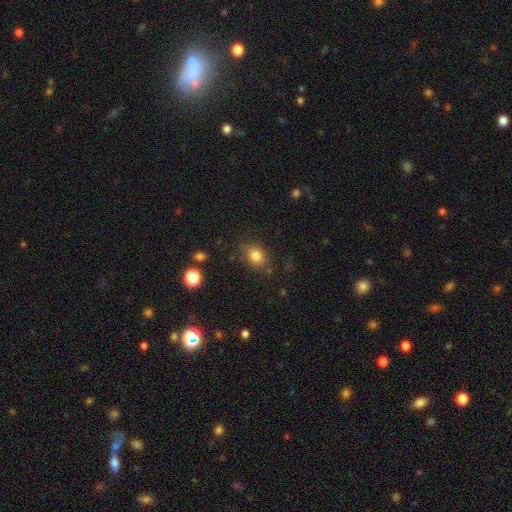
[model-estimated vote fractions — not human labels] Morphology: type=smooth (82%); roundness=in between (56%); merging=none (77%).